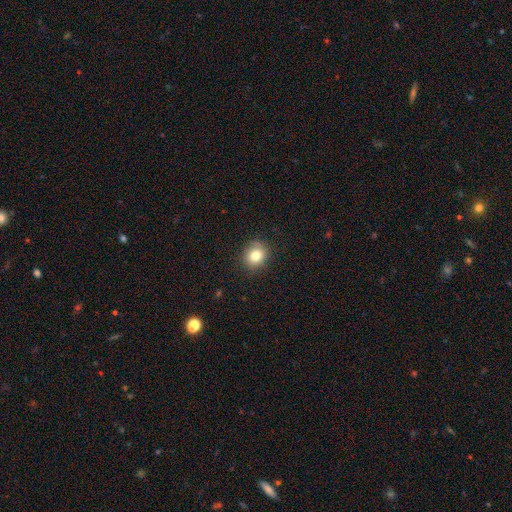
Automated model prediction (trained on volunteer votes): smooth-or-featured: smooth: 81% | star or artifact: 11% | featured or disk: 9%
  how-rounded: round: 72% | in between: 27% | cigar-shaped: 1%
  merging: none: 86% | minor disturbance: 10% | major disturbance: 3% | merger: 1%